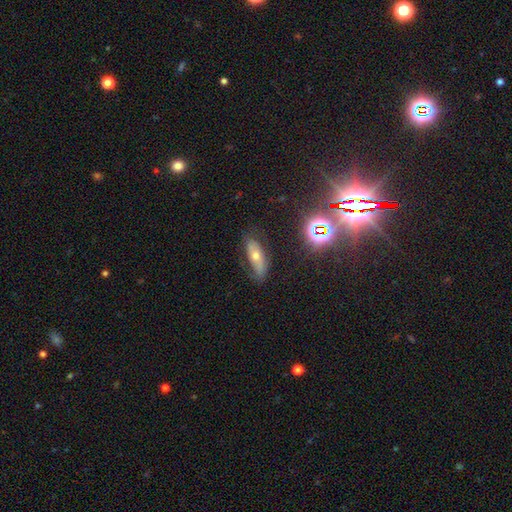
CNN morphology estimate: This is possibly a smooth galaxy (48%). Merging: likely none (67%).